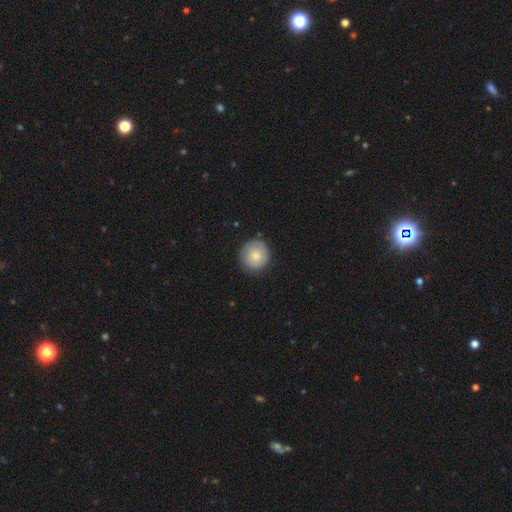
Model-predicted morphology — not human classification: A smooth galaxy with no disk features (79%) that is round (91%). Merging: none (85%).